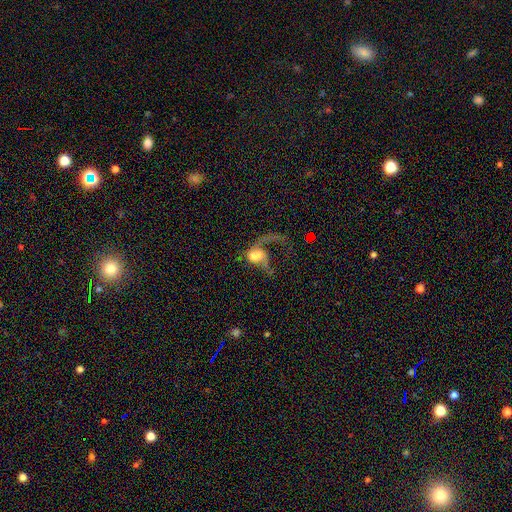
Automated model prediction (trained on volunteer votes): Smooth or featured: featured or disk — 53% (smooth — 35%)
Edge-on disk: no — 96% (yes — 4%)
Bar: no — 73% (weak — 20%)
Spiral arms: yes — 53% (no — 47%)
Bulge size: moderate — 36% (large — 28%)
Merging: major disturbance — 42% (merger — 37%)